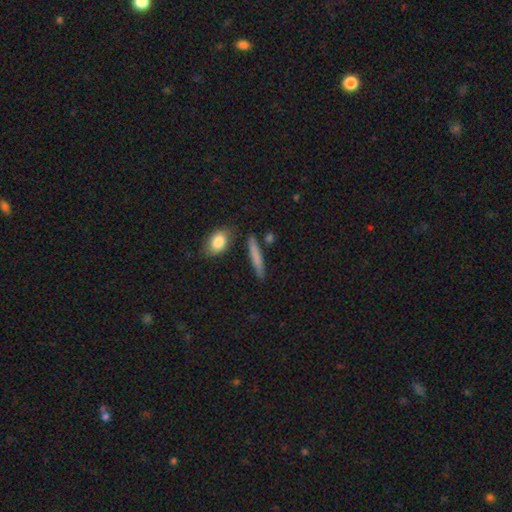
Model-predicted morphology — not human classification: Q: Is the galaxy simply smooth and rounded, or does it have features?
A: smooth — 72%.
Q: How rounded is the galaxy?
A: cigar-shaped — 89%.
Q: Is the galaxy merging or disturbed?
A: none — 83%.